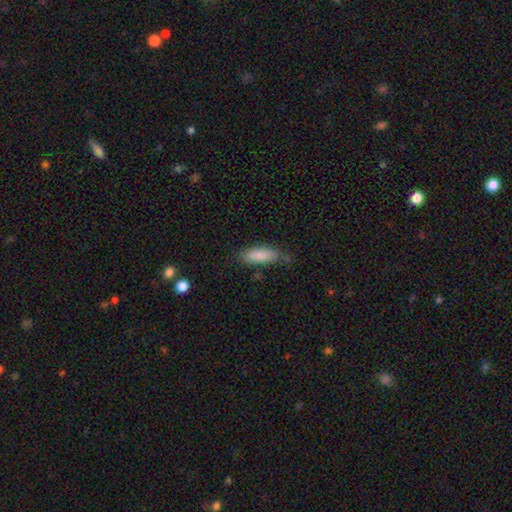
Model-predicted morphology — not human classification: Smooth or featured?
  - smooth: 85% *
  - featured or disk: 8%
  - star or artifact: 7%
How rounded?
  - in between: 51% *
  - cigar-shaped: 48%
  - round: 2%
Merging?
  - none: 69% *
  - minor disturbance: 23%
  - major disturbance: 5%
  - merger: 3%